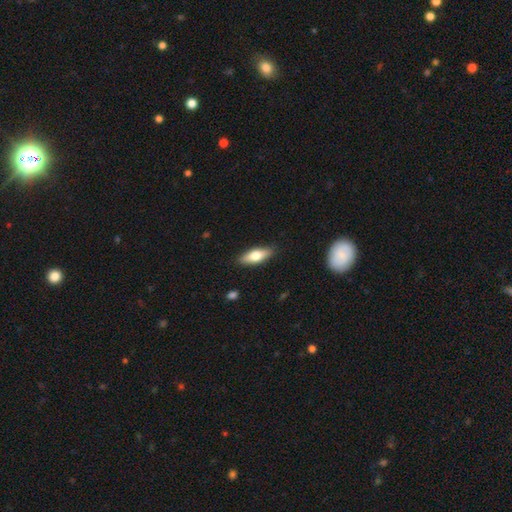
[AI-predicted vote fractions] This is likely a smooth galaxy (65%). How rounded: likely in between (65%). Merging: clearly none (87%).